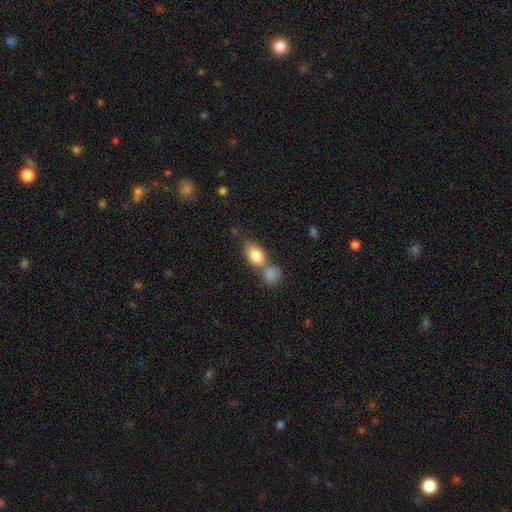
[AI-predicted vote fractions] A smooth galaxy with no disk features (81%) that is in between round and cigar-shaped (83%).

Vote fractions:
- Smooth or featured? smooth: 81% / featured or disk: 12% / star or artifact: 7%
- How rounded? in between: 83% / round: 13% / cigar-shaped: 4%
- Merging? merger: 45% / none: 40% / minor disturbance: 11% / major disturbance: 4%